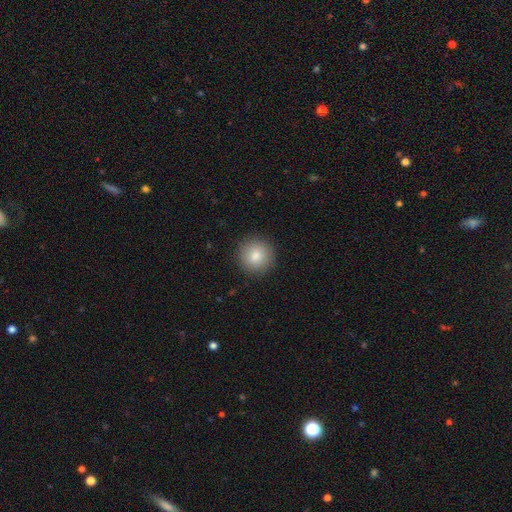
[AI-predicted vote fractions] smooth 85%, star or artifact 8%, featured or disk 7%. Down the decision tree: how rounded — round (94%); merging — none (91%).